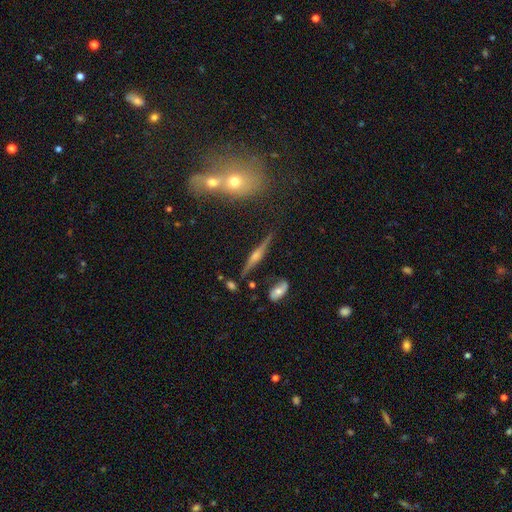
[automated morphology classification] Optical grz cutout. It shows a featured or disk galaxy (78%) viewed edge-on (96%) with a rounded central bulge (86%). Merging: none (82%).